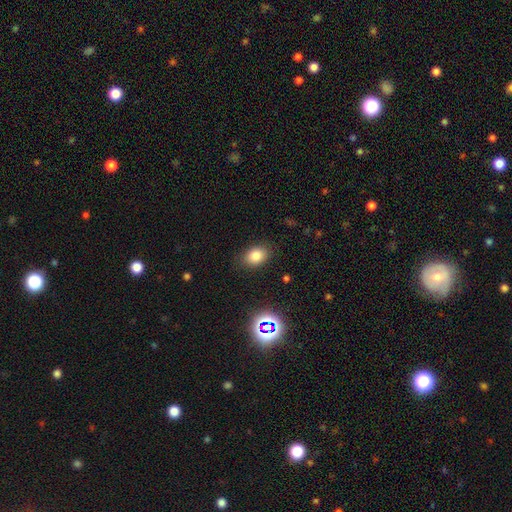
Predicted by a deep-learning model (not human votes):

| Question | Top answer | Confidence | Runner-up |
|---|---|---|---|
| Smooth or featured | smooth | 81% | star or artifact (12%) |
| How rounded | in between | 73% | round (26%) |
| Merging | none | 86% | minor disturbance (10%) |